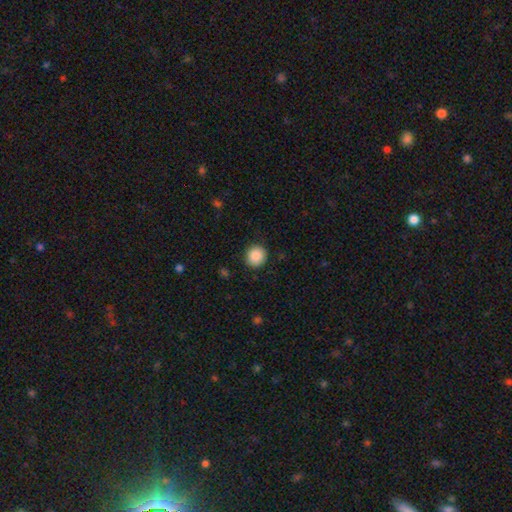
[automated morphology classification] Smooth or featured? Predicted: smooth (p=0.88). How rounded? Predicted: round (p=0.91). Merging? Predicted: none (p=0.90).